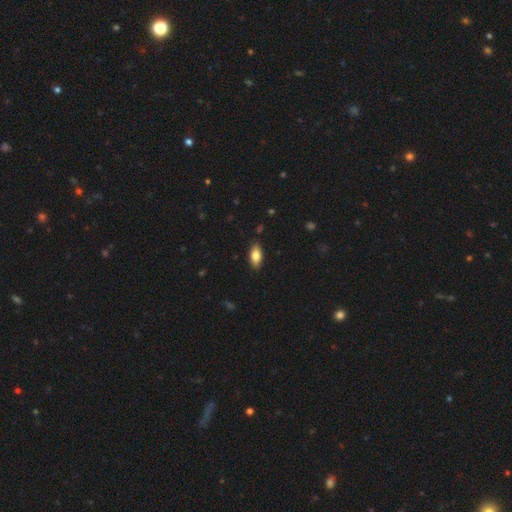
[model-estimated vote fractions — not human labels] Q: Smooth or featured?
A: smooth (80%); runner-up: featured or disk (13%)
Q: How rounded?
A: in between (89%); runner-up: cigar-shaped (7%)
Q: Merging?
A: none (86%); runner-up: minor disturbance (10%)